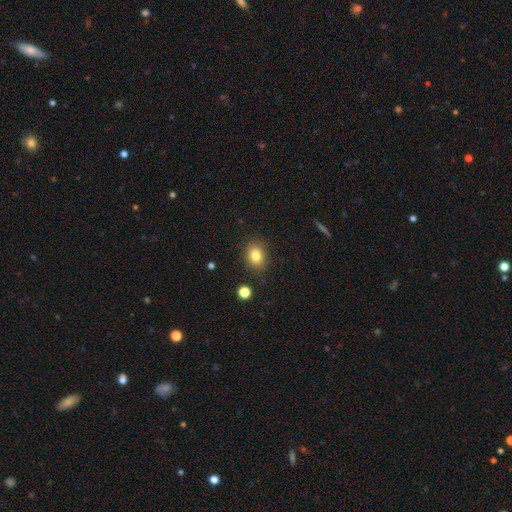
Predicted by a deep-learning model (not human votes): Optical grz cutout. It shows a smooth galaxy with no disk features (82%) that is in between round and cigar-shaped (56%). Merging: none (86%).